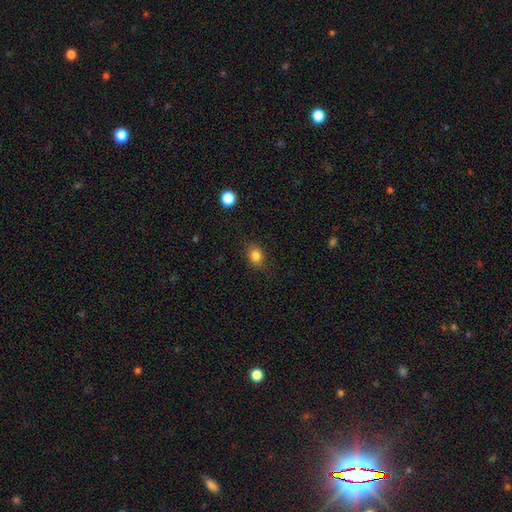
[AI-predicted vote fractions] Smooth or featured? smooth (82%)
How rounded? in between (49%, tied with round)
Merging? none (83%)